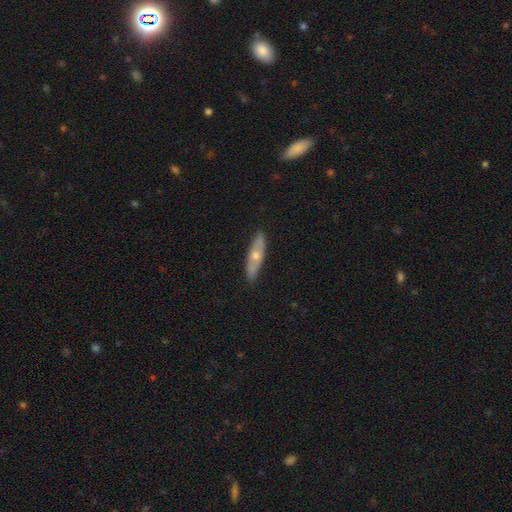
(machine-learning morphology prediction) A smooth galaxy with no disk features (51%) that is cigar-shaped (60%).

Vote fractions:
- Smooth or featured? smooth: 51% / featured or disk: 43% / star or artifact: 6%
- How rounded? cigar-shaped: 60% / in between: 37% / round: 3%
- Merging? none: 88% / minor disturbance: 9% / major disturbance: 2% / merger: 1%